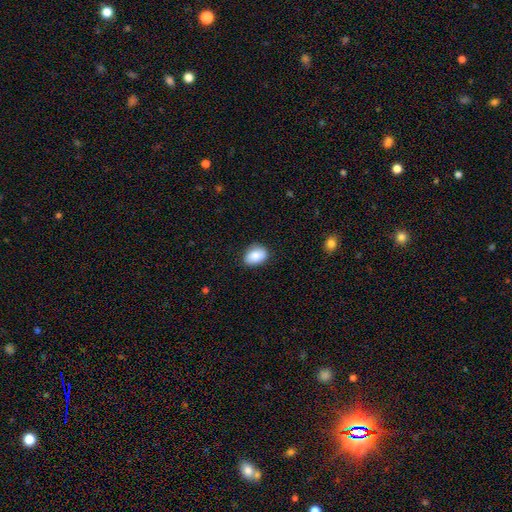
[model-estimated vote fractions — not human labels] Smooth or featured: smooth — 85% (featured or disk — 8%)
How rounded: in between — 79% (round — 19%)
Merging: none — 80% (minor disturbance — 16%)